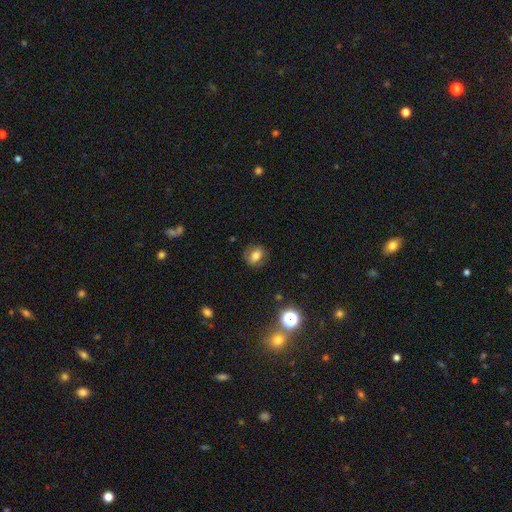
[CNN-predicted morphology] smooth-or-featured: smooth: 70% | featured or disk: 17% | star or artifact: 14%
  how-rounded: round: 53% | in between: 46% | cigar-shaped: 2%
  merging: none: 80% | minor disturbance: 14% | major disturbance: 5% | merger: 1%